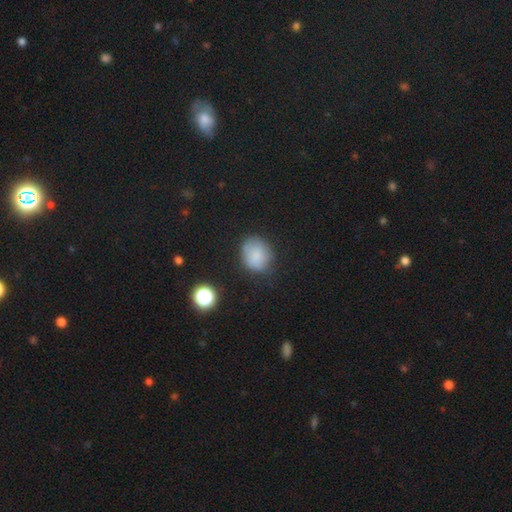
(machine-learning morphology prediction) smooth_or_featured: smooth (p=0.80) [alt: star or artifact p=0.10]
how_rounded: round (p=0.67) [alt: in between p=0.32]
merging: none (p=0.66) [alt: minor disturbance p=0.24]